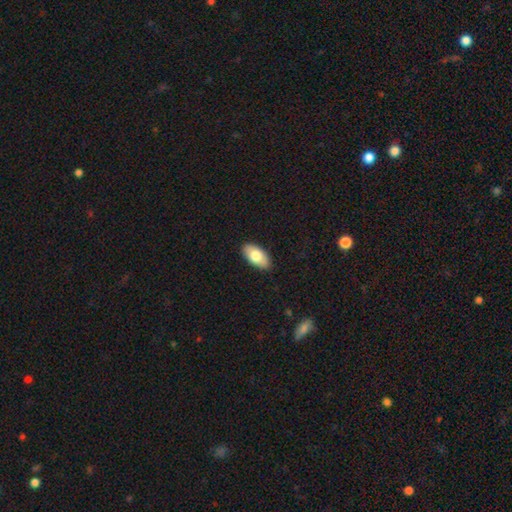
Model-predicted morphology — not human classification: A smooth galaxy with no disk features (77%) that is in between round and cigar-shaped (94%).

Vote fractions:
- Smooth or featured? smooth: 77% / featured or disk: 17% / star or artifact: 6%
- How rounded? in between: 94% / cigar-shaped: 4% / round: 3%
- Merging? none: 89% / minor disturbance: 8% / major disturbance: 2% / merger: 1%